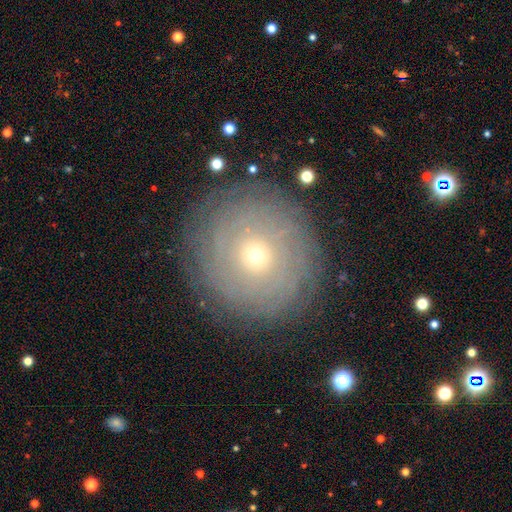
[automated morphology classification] Smooth or featured?
  - featured or disk: 58% *
  - smooth: 30%
  - star or artifact: 12%
Edge-on disk?
  - no: 96% *
  - yes: 4%
Bar?
  - no: 86% *
  - weak: 11%
  - strong: 3%
Spiral arms?
  - yes: 75% *
  - no: 25%
Bulge size?
  - small: 80% *
  - moderate: 17%
  - large: 1%
  - dominant: 1%
  - none: 1%
Merging?
  - none: 87% *
  - minor disturbance: 9%
  - major disturbance: 3%
  - merger: 1%